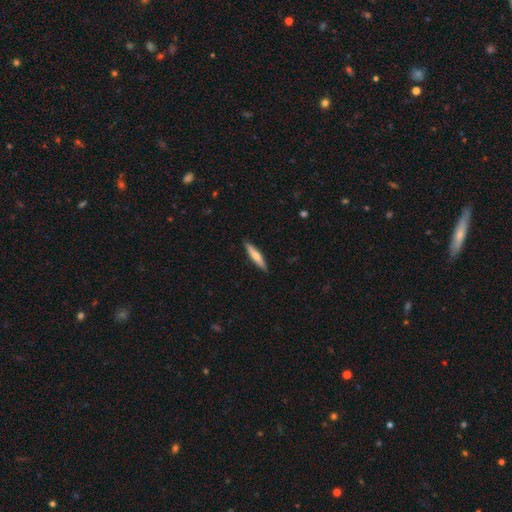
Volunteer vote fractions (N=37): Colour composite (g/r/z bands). It shows a smooth galaxy with no disk features (65%) that is cigar-shaped (83%). Merging: none (92%).